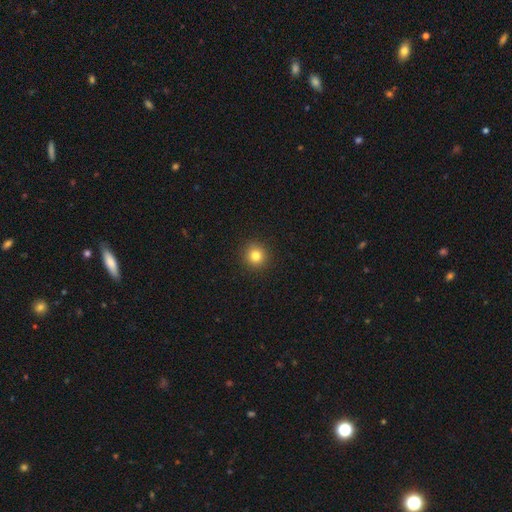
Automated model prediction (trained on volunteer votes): Overall: smooth (81%). How rounded: round (93%). Merging: none (92%).